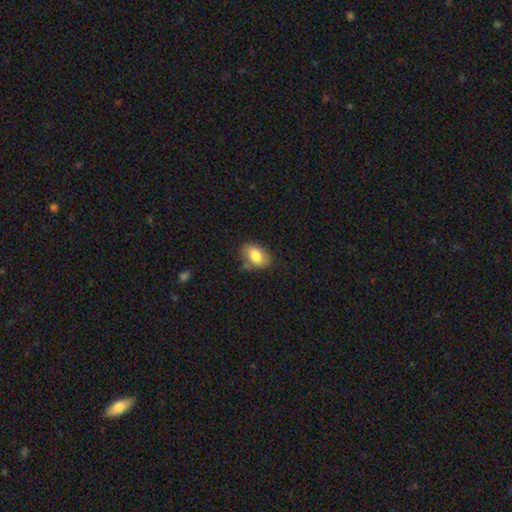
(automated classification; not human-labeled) Overall: smooth (81%). How rounded: in between (89%). Merging: none (73%).